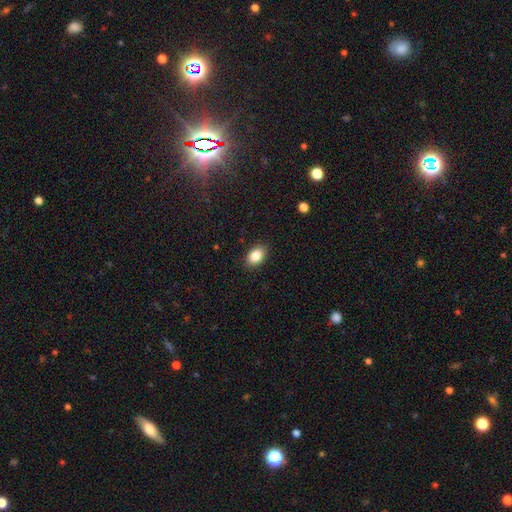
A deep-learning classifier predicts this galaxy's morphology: A smooth galaxy with no disk features (87%) that is in between round and cigar-shaped (85%).

Vote fractions:
- Smooth or featured? smooth: 87% / star or artifact: 8% / featured or disk: 5%
- How rounded? in between: 85% / round: 13% / cigar-shaped: 1%
- Merging? none: 88% / minor disturbance: 9% / major disturbance: 2% / merger: 1%